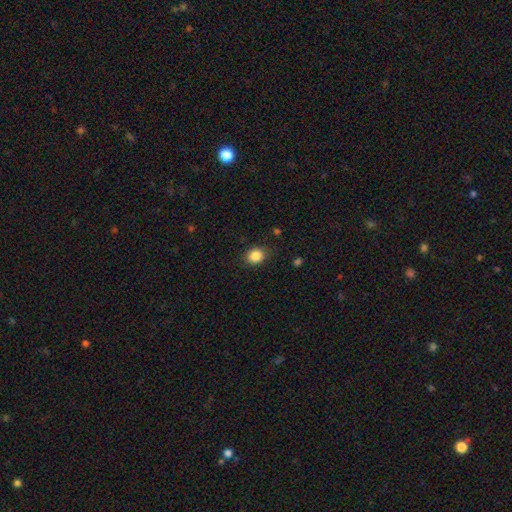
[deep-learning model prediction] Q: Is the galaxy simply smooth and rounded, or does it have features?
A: smooth — 86%.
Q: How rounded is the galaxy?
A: round — 56%.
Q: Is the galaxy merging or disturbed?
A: none — 84%.